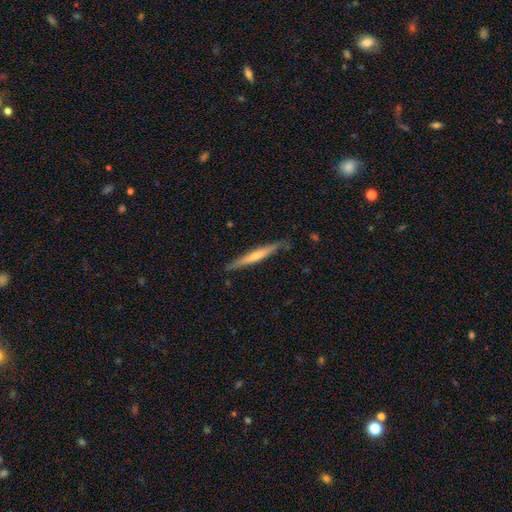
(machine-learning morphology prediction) featured or disk 52%, smooth 43%, star or artifact 5%. Down the decision tree: edge-on disk — yes (96%); merging — none (87%).